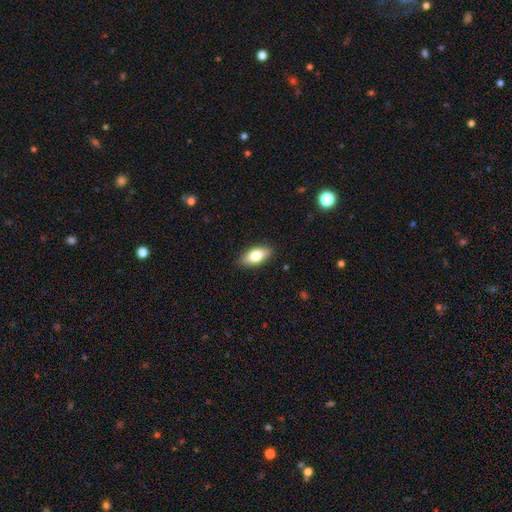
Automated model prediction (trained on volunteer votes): smooth 73%, featured or disk 20%, star or artifact 7%. Down the decision tree: how rounded — in between (84%); merging — none (87%).